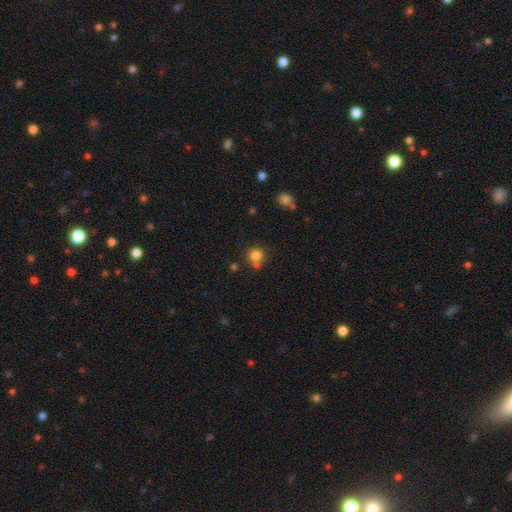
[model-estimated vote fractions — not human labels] Q: Smooth or featured?
A: smooth (81%); runner-up: star or artifact (12%)
Q: How rounded?
A: round (91%); runner-up: in between (8%)
Q: Merging?
A: none (66%); runner-up: merger (21%)